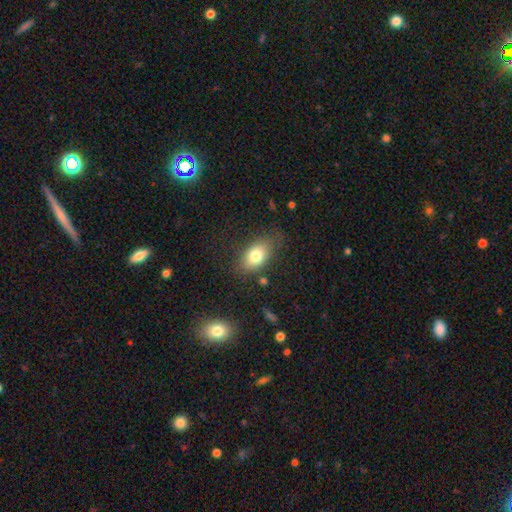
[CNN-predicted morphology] The model was most divided on "merging": none: 72%, minor disturbance: 19%, major disturbance: 6%, merger: 3%. More confident: how rounded — in between (86%); smooth or featured — smooth (77%).